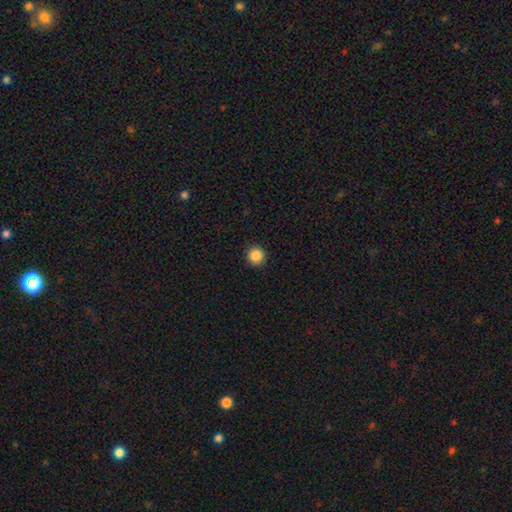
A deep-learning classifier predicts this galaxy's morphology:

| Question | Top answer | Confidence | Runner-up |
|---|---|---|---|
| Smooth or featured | smooth | 87% | star or artifact (10%) |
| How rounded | round | 95% | in between (4%) |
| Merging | none | 93% | minor disturbance (4%) |